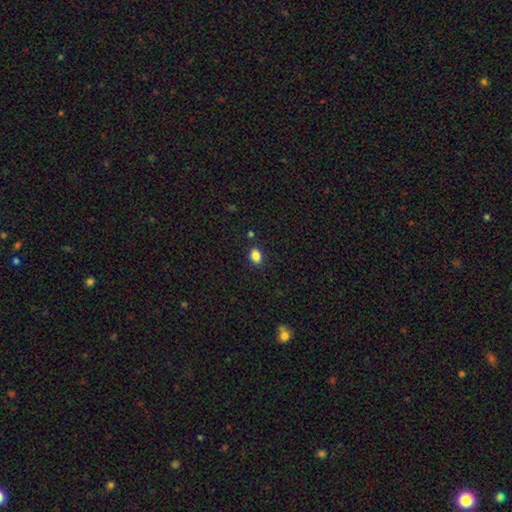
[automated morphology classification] Overall: smooth (85%). How rounded: in between (74%). Merging: none (85%).